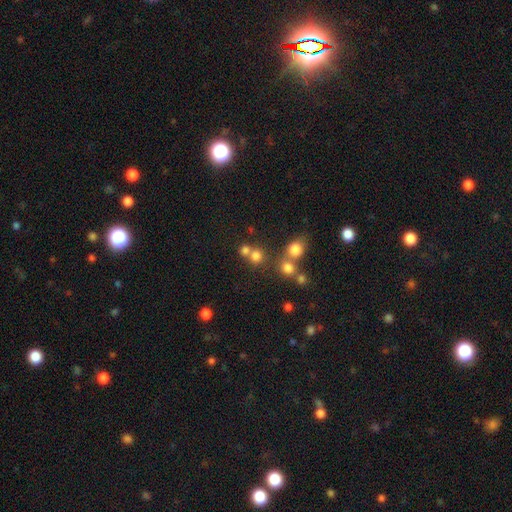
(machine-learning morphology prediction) Q: Smooth or featured?
A: smooth (73%); runner-up: star or artifact (17%)
Q: How rounded?
A: round (88%); runner-up: in between (11%)
Q: Merging?
A: none (56%); runner-up: merger (33%)